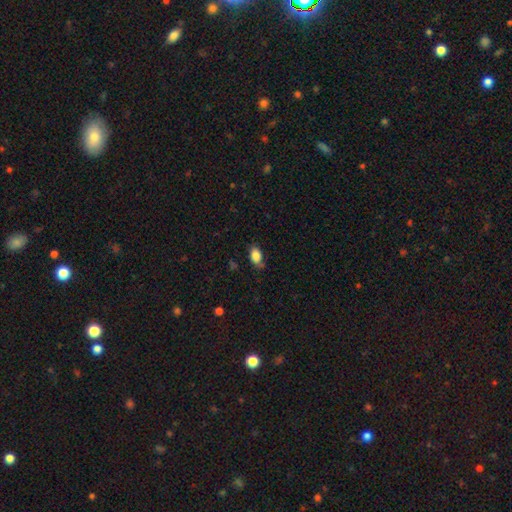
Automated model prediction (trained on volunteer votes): Overall: smooth (82%). How rounded: in between (88%). Merging: none (66%).